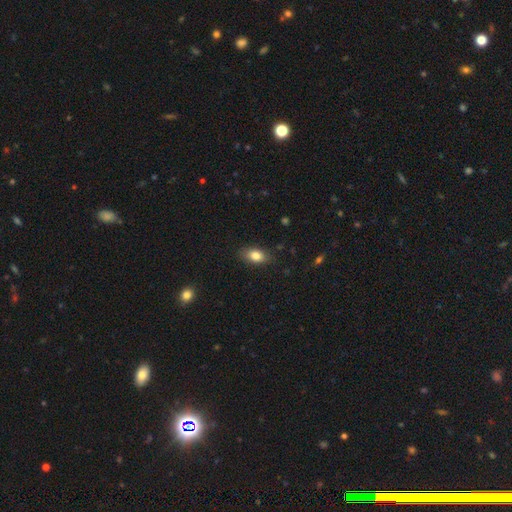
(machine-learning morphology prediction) type=smooth (82%); roundness=in between (86%); merging=none (84%).